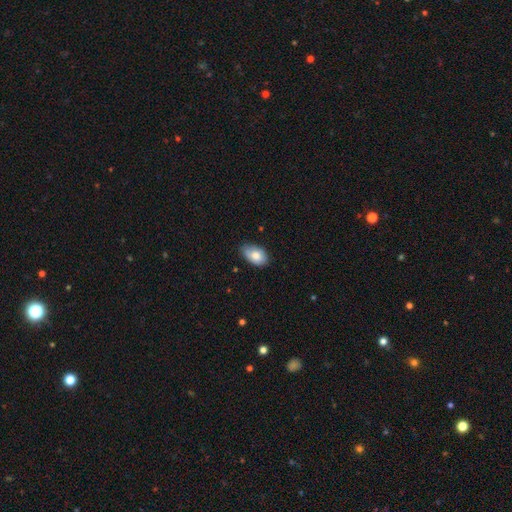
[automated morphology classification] This appears to be a smooth galaxy with no disk features (78%) that is in between round and cigar-shaped (92%). Merging: none (67%).